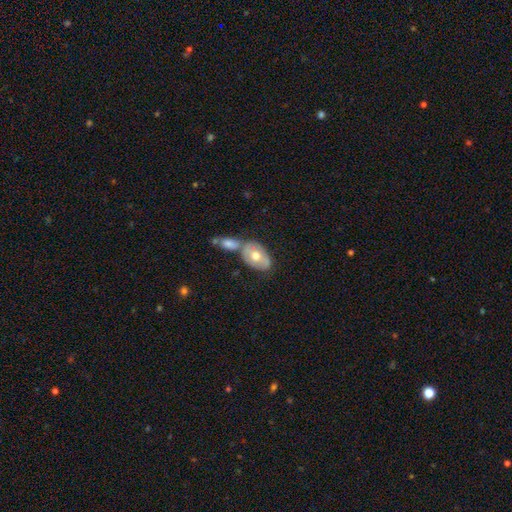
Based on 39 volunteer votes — smooth_or_featured: smooth (p=0.49) [alt: featured or disk p=0.41]
how_rounded: in between (p=0.79) [alt: round p=0.16]
merging: merger (p=0.54) [alt: none p=0.26]